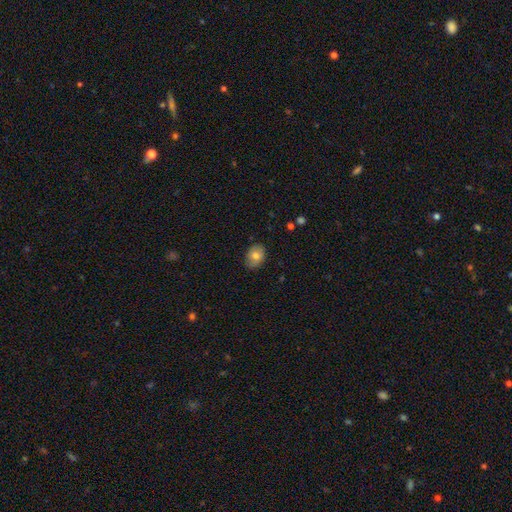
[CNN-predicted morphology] This appears to be a smooth galaxy with no disk features (77%) that is in between round and cigar-shaped (74%). Merging: none (81%).